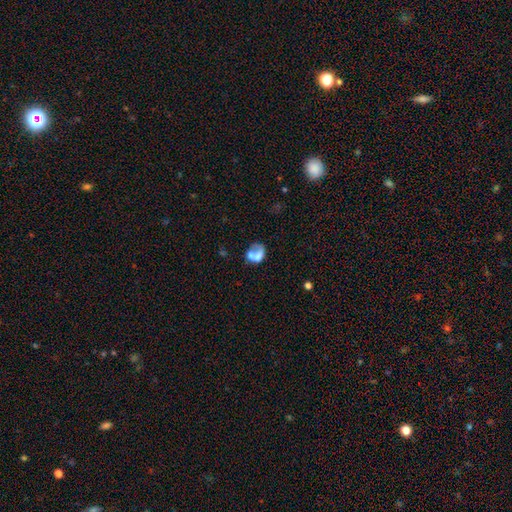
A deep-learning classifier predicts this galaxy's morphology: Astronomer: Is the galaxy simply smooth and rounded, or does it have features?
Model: smooth — 53% (runner-up: featured or disk, 36%).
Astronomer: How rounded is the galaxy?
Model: in between — 60% (runner-up: round, 39%).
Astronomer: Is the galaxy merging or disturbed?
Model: merger — 41% (runner-up: none, 23%).